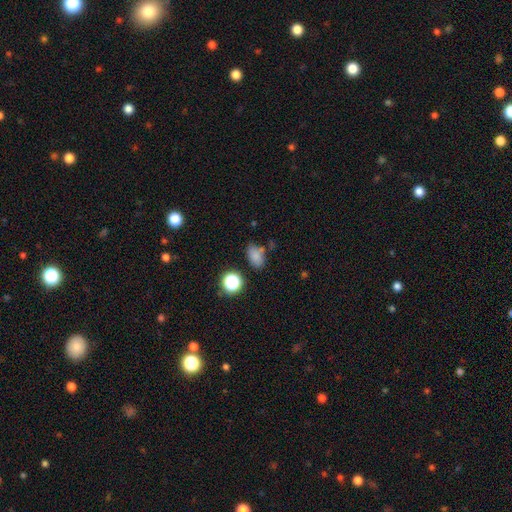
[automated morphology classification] A smooth galaxy with no disk features (78%) that is in between round and cigar-shaped (81%). Merging: none (67%).